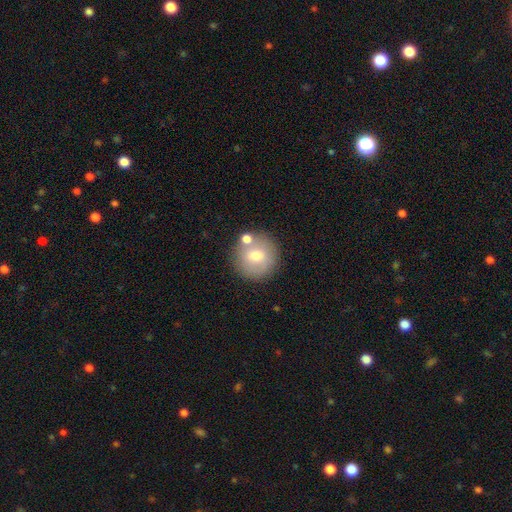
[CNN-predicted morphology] This is likely a smooth galaxy (70%). How rounded: clearly round (94%). Merging: likely none (73%).